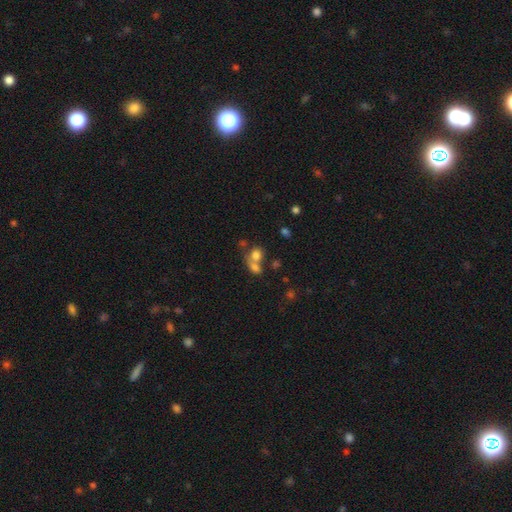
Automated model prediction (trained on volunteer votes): This is likely a smooth galaxy (72%). How rounded: likely round (61%). Merging: possibly merger (56%).